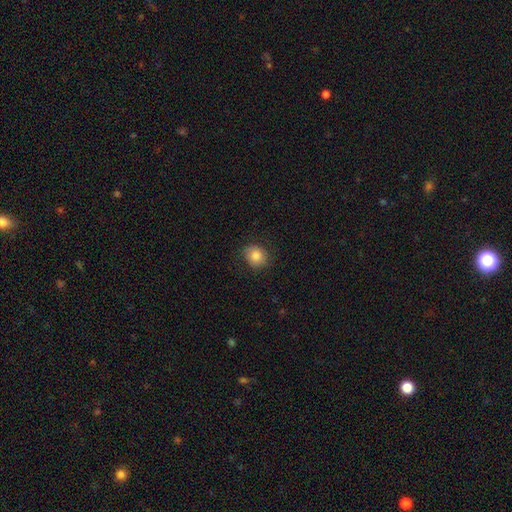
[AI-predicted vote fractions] This is clearly a smooth galaxy (84%). How rounded: likely round (64%). Merging: clearly none (83%).